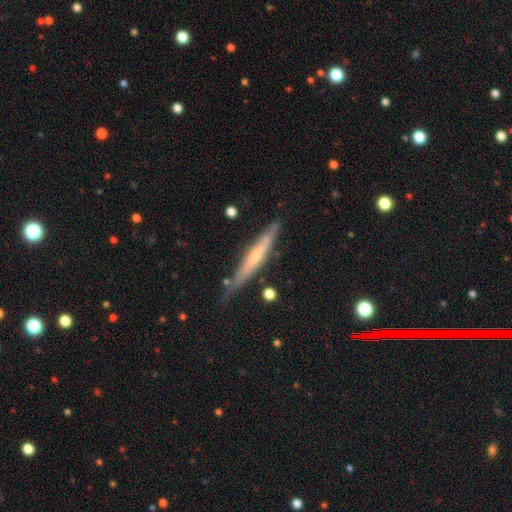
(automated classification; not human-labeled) The model was most divided on "edge-on bulge": none: 50%, rounded: 41%, boxy: 9%. More confident: edge-on disk — yes (91%); merging — none (73%); smooth or featured — featured or disk (55%).